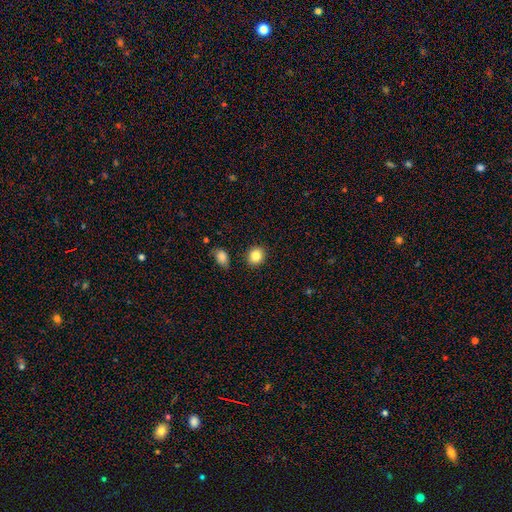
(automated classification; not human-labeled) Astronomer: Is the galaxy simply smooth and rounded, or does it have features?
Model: smooth — 85%.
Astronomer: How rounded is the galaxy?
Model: round — 70%.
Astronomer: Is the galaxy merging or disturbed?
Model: none — 87%.